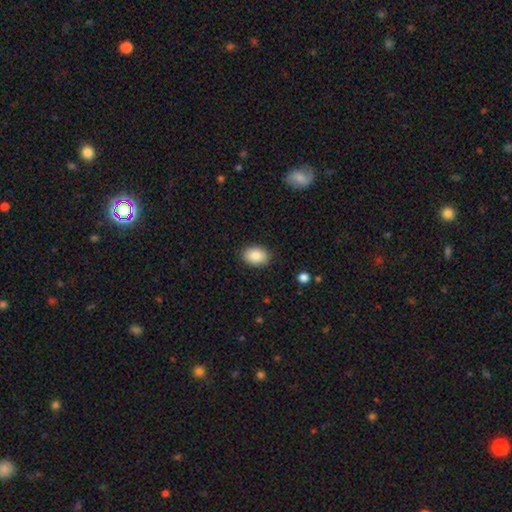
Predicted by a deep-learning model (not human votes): This is clearly a smooth galaxy (88%). How rounded: likely in between (79%). Merging: clearly none (87%).